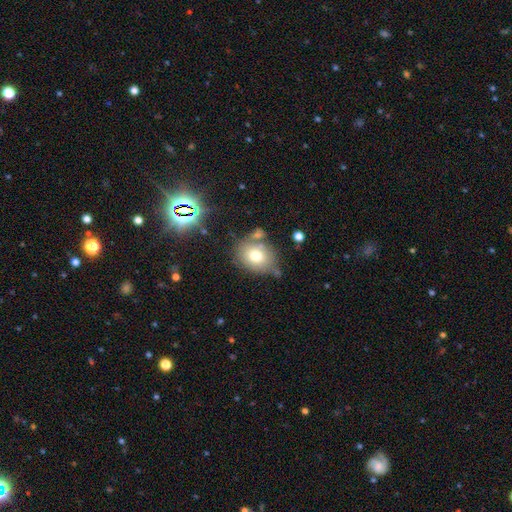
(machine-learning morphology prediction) smooth 72%, featured or disk 16%, star or artifact 11%. Down the decision tree: how rounded — round (54%); merging — none (61%).